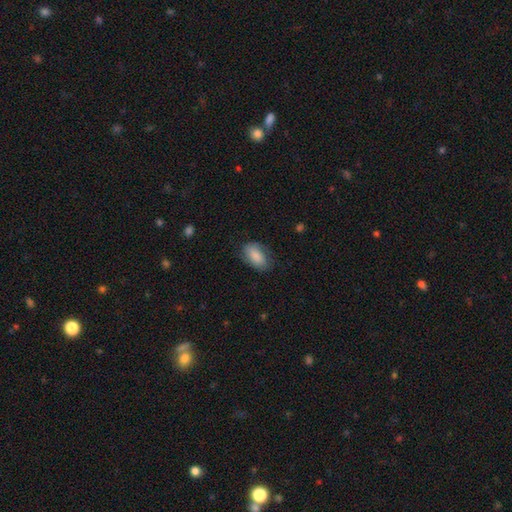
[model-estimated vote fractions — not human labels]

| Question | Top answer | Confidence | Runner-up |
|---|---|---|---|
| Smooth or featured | smooth | 83% | featured or disk (11%) |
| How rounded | in between | 92% | round (5%) |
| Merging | none | 71% | minor disturbance (21%) |